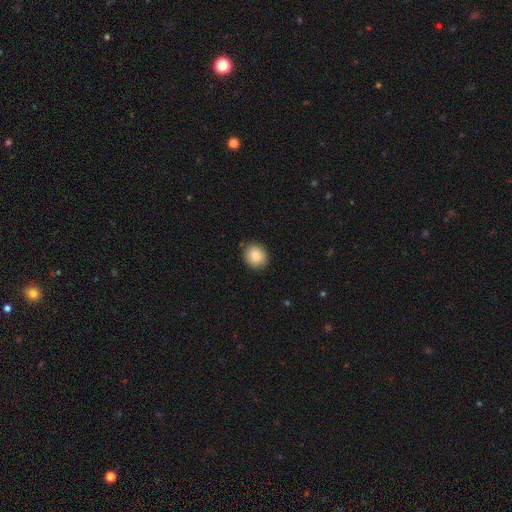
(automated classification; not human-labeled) smooth 85%, star or artifact 8%, featured or disk 6%. Down the decision tree: how rounded — round (71%); merging — none (88%).